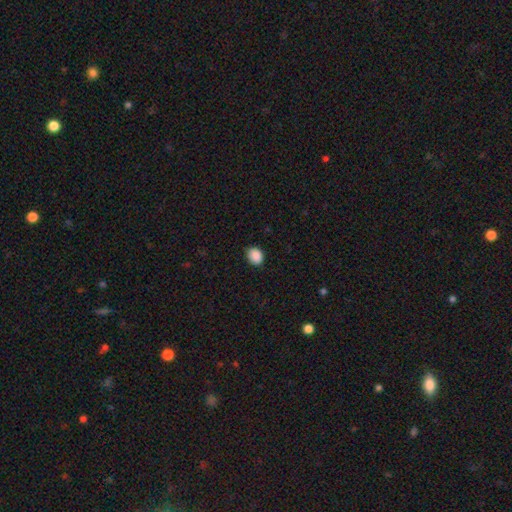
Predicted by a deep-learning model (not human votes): Smooth or featured? smooth (89%)
How rounded? in between (52%)
Merging? none (86%)